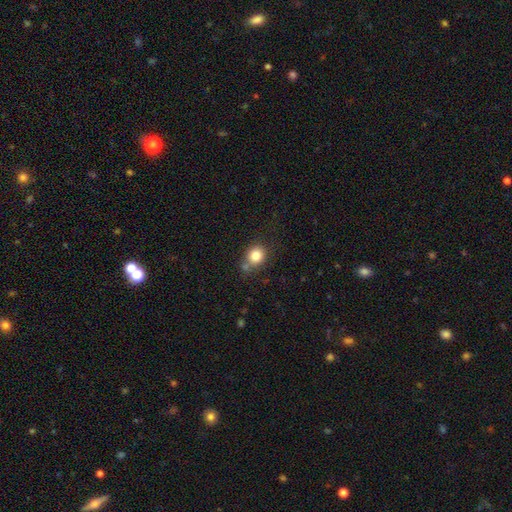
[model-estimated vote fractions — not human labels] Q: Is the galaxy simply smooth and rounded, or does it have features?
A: smooth — 82%.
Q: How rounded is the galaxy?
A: round — 77%.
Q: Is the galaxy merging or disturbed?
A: none — 64%.